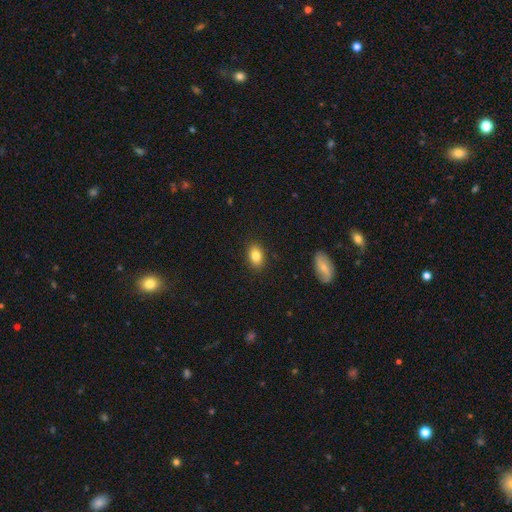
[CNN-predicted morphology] Overall: smooth (83%). How rounded: in between (83%). Merging: none (88%).